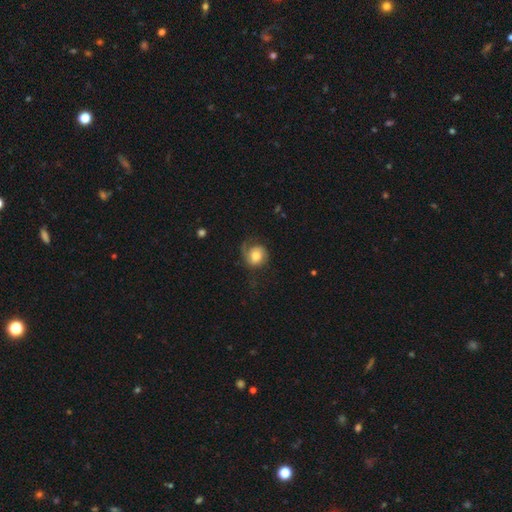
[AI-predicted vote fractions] Q: Smooth or featured?
A: smooth (51%); runner-up: featured or disk (41%)
Q: How rounded?
A: round (72%); runner-up: in between (27%)
Q: Merging?
A: none (50%); runner-up: minor disturbance (24%)